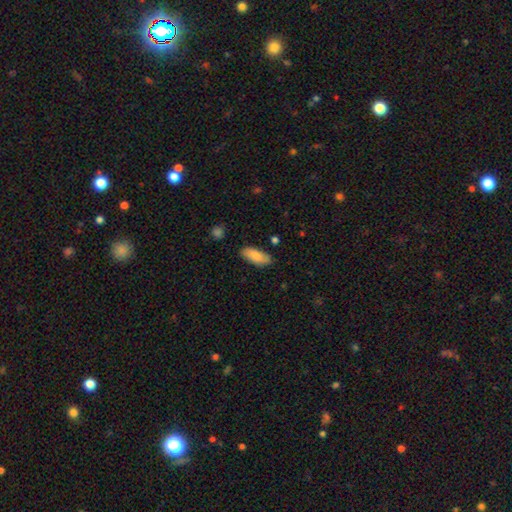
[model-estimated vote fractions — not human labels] Overall: smooth (83%). How rounded: in between (84%). Merging: none (82%).